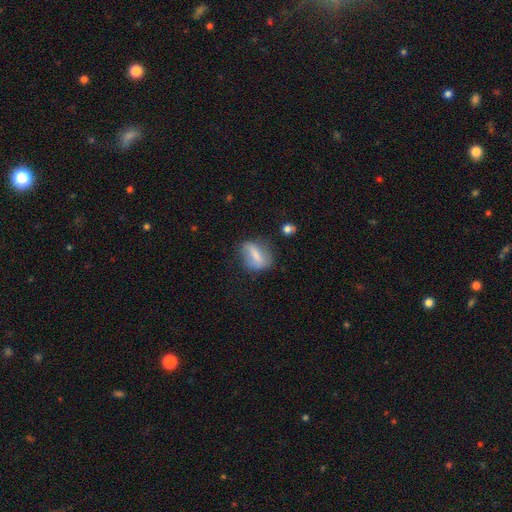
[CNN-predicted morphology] The model was most divided on "merging": none: 58%, minor disturbance: 27%, major disturbance: 12%, merger: 3%. More confident: how rounded — in between (68%); smooth or featured — smooth (62%).